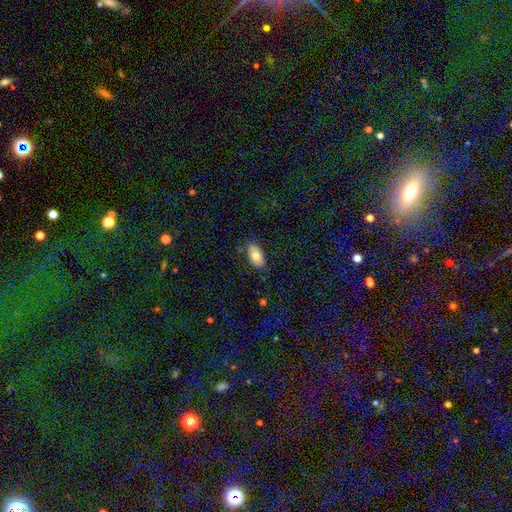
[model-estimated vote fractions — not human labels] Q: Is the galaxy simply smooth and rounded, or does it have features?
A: smooth — 75%.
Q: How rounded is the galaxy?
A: in between — 94%.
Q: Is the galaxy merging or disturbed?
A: none — 80%.